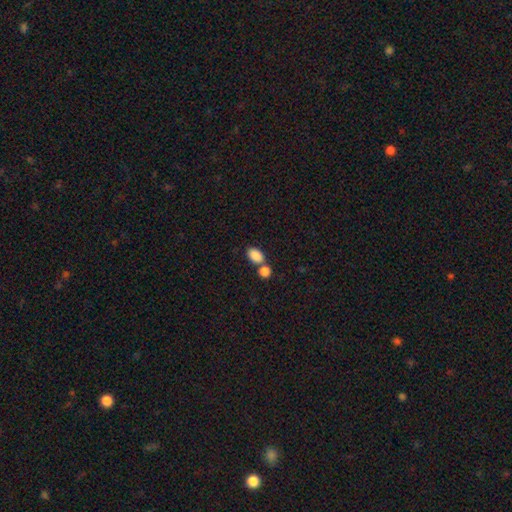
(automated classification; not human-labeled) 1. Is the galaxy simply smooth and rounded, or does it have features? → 87% smooth, 8% star or artifact, 5% featured or disk.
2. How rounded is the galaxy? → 86% in between, 13% round, 1% cigar-shaped.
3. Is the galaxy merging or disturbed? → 52% none, 34% merger, 10% minor disturbance, 3% major disturbance.